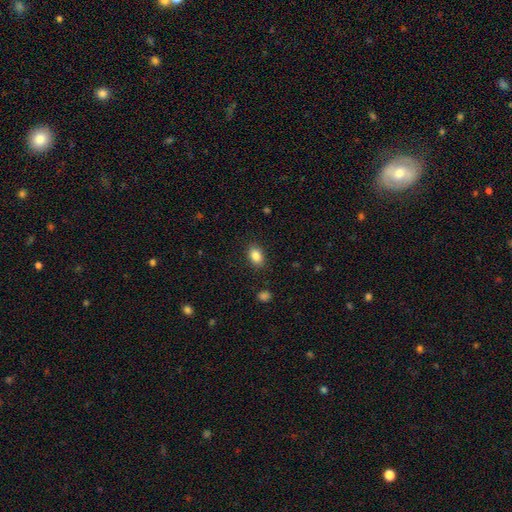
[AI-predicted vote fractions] The model was most divided on "how rounded": in between: 83%, round: 15%, cigar-shaped: 2%. More confident: merging — none (87%); smooth or featured — smooth (86%).